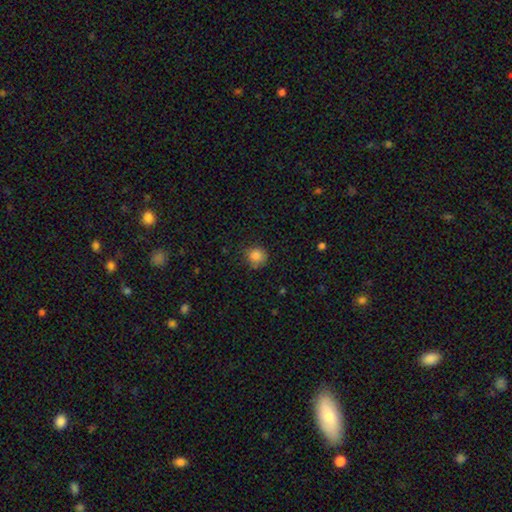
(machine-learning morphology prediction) Overall: smooth (85%). How rounded: round (90%). Merging: none (80%).